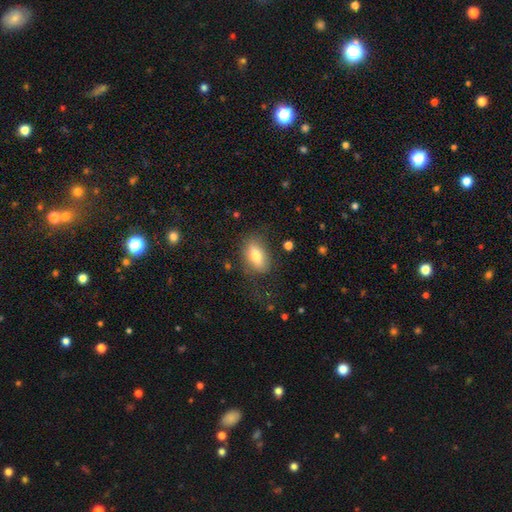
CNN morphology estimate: Q: Smooth or featured?
A: smooth (73%); runner-up: featured or disk (20%)
Q: How rounded?
A: in between (85%); runner-up: round (8%)
Q: Merging?
A: none (71%); runner-up: minor disturbance (18%)